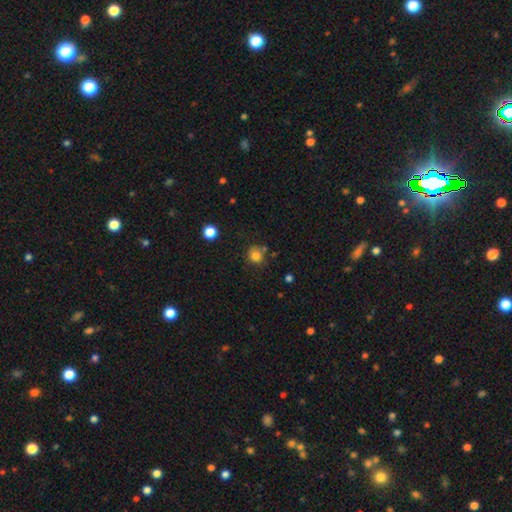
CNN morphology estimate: This is clearly a smooth galaxy (81%). How rounded: clearly round (88%). Merging: likely none (71%).